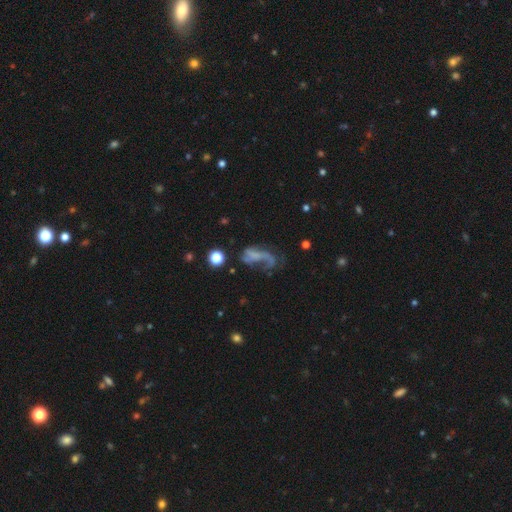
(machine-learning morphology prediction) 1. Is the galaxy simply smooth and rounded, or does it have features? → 54% featured or disk, 30% smooth, 16% star or artifact.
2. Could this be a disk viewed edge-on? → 94% no, 6% yes.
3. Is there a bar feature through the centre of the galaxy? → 73% no, 18% weak, 9% strong.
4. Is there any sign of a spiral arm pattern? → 54% yes, 46% no.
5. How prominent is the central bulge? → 72% none, 16% small, 7% moderate, 3% large, 2% dominant.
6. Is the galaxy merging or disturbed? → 46% major disturbance, 27% none, 17% minor disturbance, 10% merger.